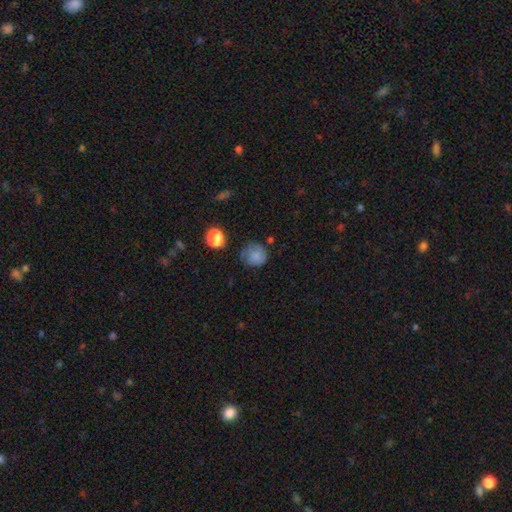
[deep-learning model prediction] smooth 77%, featured or disk 12%, star or artifact 11%. Down the decision tree: how rounded — round (83%); merging — none (61%).